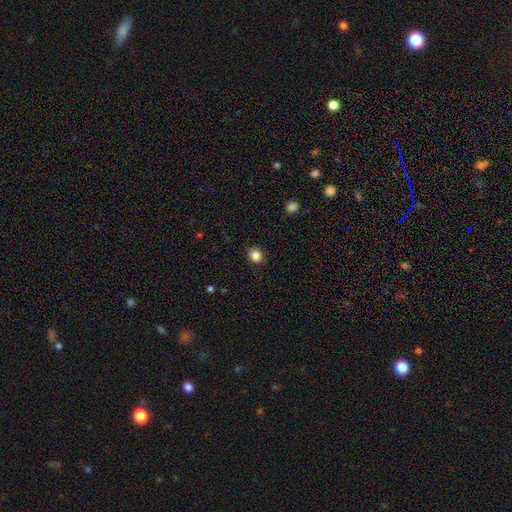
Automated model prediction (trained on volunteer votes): Smooth or featured?
  - smooth: 85% *
  - star or artifact: 11%
  - featured or disk: 4%
How rounded?
  - round: 72% *
  - in between: 27%
  - cigar-shaped: 1%
Merging?
  - none: 89% *
  - minor disturbance: 8%
  - major disturbance: 2%
  - merger: 1%